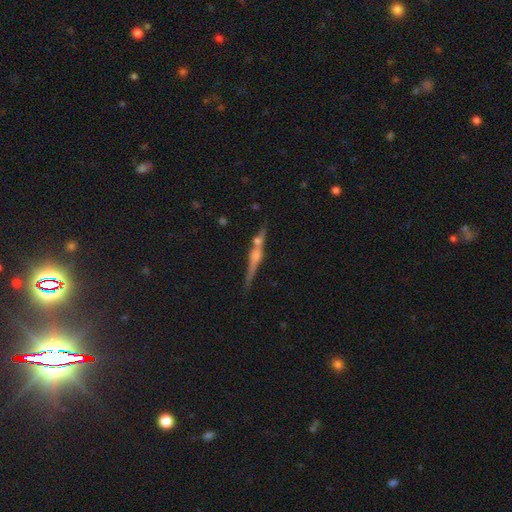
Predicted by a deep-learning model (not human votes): Smooth or featured?
  - featured or disk: 69% *
  - smooth: 22%
  - star or artifact: 9%
Edge-on disk?
  - yes: 95% *
  - no: 5%
Edge-on bulge?
  - rounded: 78% *
  - boxy: 13%
  - none: 9%
Merging?
  - none: 68% *
  - merger: 15%
  - minor disturbance: 13%
  - major disturbance: 4%